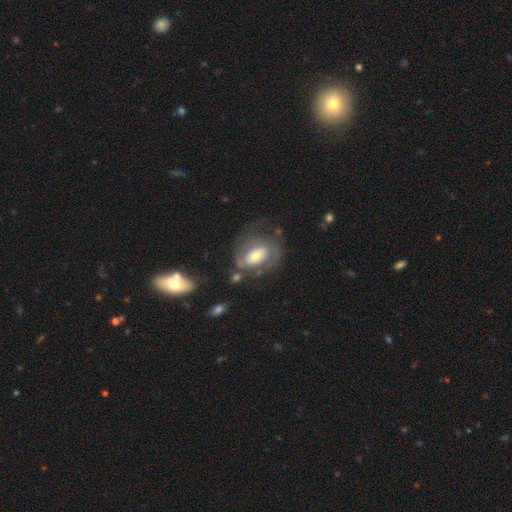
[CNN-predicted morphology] Smooth or featured: featured or disk — 67% (smooth — 26%)
Edge-on disk: no — 96% (yes — 4%)
Bar: no — 48% (weak — 37%)
Spiral arms: yes — 75% (no — 25%)
Bulge size: moderate — 56% (small — 23%)
Merging: none — 56% (minor disturbance — 20%)